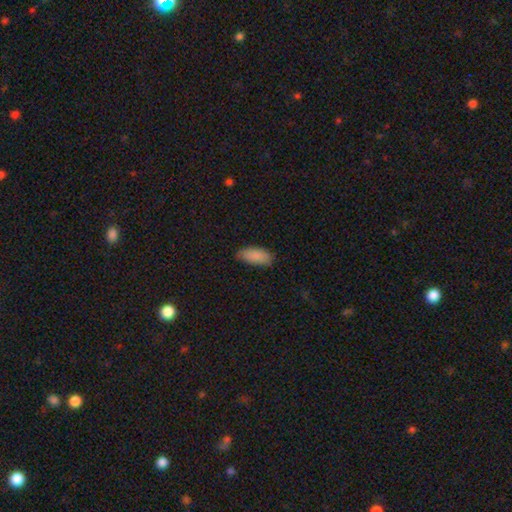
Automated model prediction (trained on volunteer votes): smooth_or_featured: smooth (p=0.88) [alt: star or artifact p=0.06]
how_rounded: in between (p=0.88) [alt: cigar-shaped p=0.10]
merging: none (p=0.75) [alt: minor disturbance p=0.21]